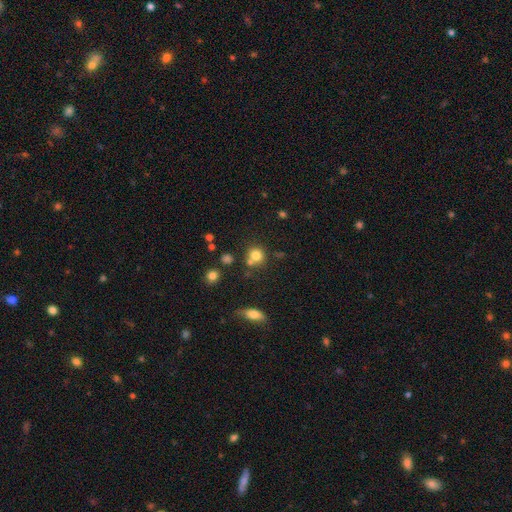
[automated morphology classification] type=smooth (78%); roundness=round (86%); merging=none (61%).